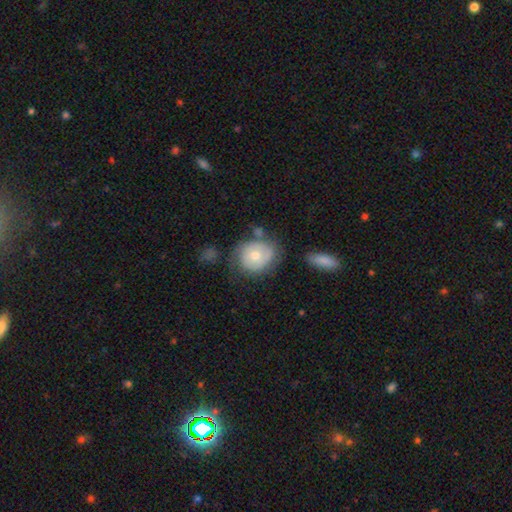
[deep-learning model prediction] A smooth galaxy with no disk features (59%) that is round (66%).

Vote fractions:
- Smooth or featured? smooth: 59% / featured or disk: 34% / star or artifact: 7%
- How rounded? round: 66% / in between: 33% / cigar-shaped: 1%
- Merging? none: 54% / minor disturbance: 26% / major disturbance: 12% / merger: 8%